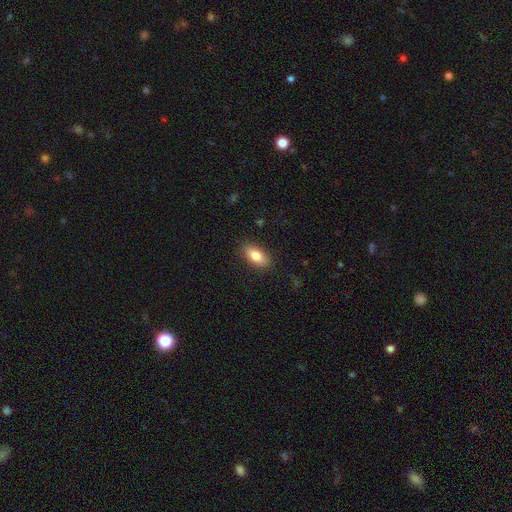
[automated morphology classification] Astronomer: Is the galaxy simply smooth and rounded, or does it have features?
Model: smooth — 81%.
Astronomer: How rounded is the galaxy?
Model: in between — 89%.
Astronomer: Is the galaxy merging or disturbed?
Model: none — 87%.